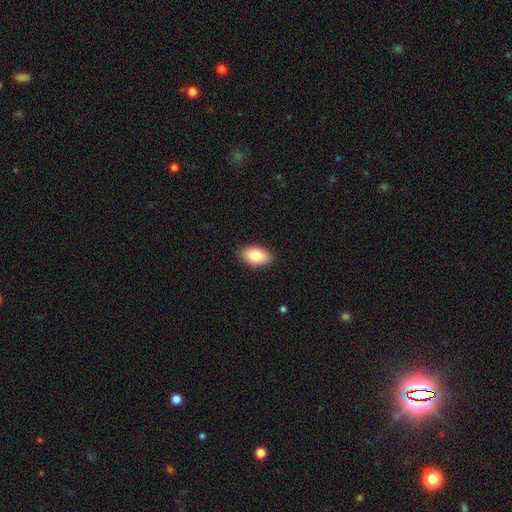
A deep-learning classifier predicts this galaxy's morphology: Smooth or featured: smooth — 83% (featured or disk — 10%)
How rounded: in between — 92% (round — 6%)
Merging: none — 89% (minor disturbance — 9%)